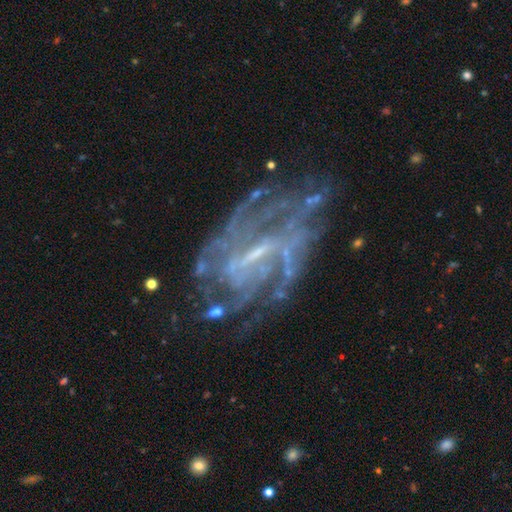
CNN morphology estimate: This appears to be a featured or disk galaxy (84%) with a weak bar (49%), tight (44%) spiral arms (82%) and a small central bulge (54%). Merging: none (56%).